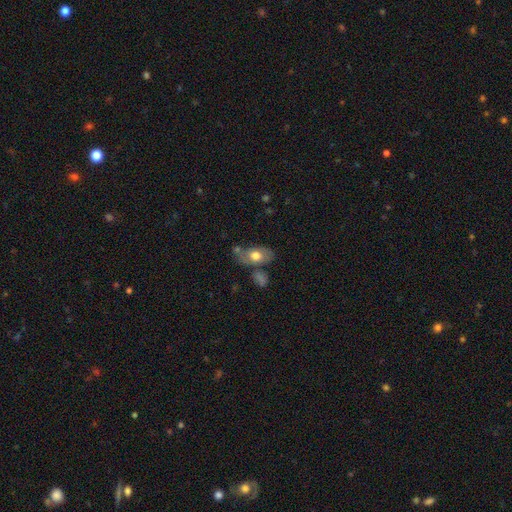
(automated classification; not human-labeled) smooth_or_featured: smooth (p=0.61) [alt: featured or disk p=0.32]
how_rounded: in between (p=0.86) [alt: round p=0.10]
merging: none (p=0.55) [alt: minor disturbance p=0.22]